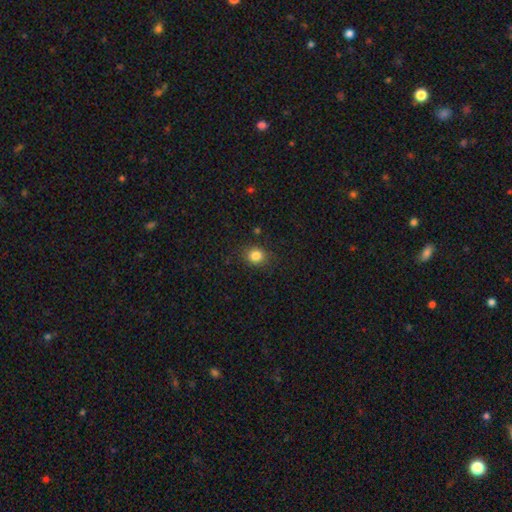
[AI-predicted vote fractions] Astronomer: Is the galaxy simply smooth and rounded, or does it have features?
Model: smooth — 83%.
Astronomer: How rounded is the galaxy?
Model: round — 77%.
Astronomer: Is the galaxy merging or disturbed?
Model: none — 86%.